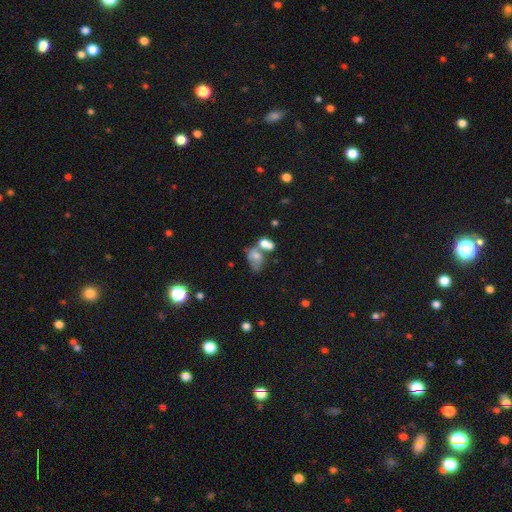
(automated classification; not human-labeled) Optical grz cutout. It shows a smooth galaxy with no disk features (64%) that is in between round and cigar-shaped (81%). Merging: merger (53%).